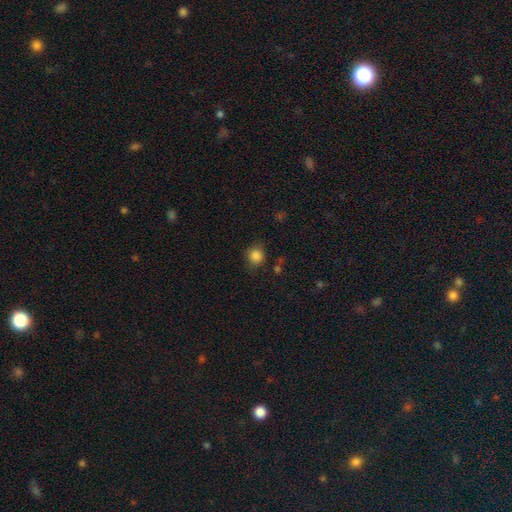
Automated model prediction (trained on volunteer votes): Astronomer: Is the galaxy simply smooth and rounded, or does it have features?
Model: smooth — 85%.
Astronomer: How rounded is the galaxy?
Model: round — 86%.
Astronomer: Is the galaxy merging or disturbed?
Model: none — 79%.